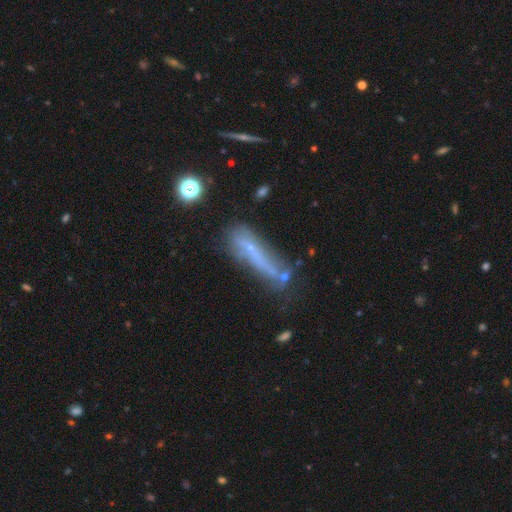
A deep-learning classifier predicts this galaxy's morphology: type=featured or disk (43%); merging=none (39%).